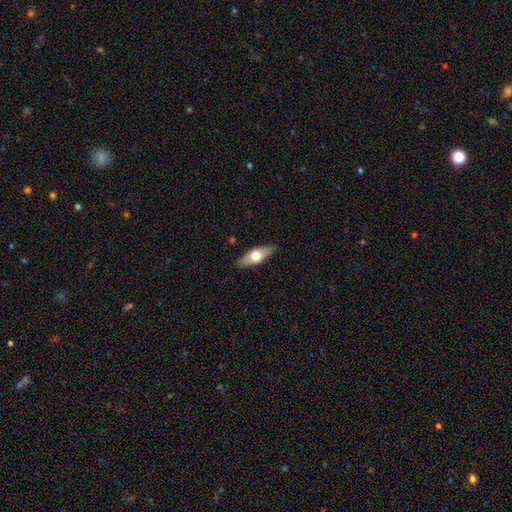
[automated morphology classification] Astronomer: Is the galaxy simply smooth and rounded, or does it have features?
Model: smooth — 52% (runner-up: featured or disk, 42%).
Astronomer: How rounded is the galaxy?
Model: in between — 64%.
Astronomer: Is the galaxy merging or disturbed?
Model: none — 88%.